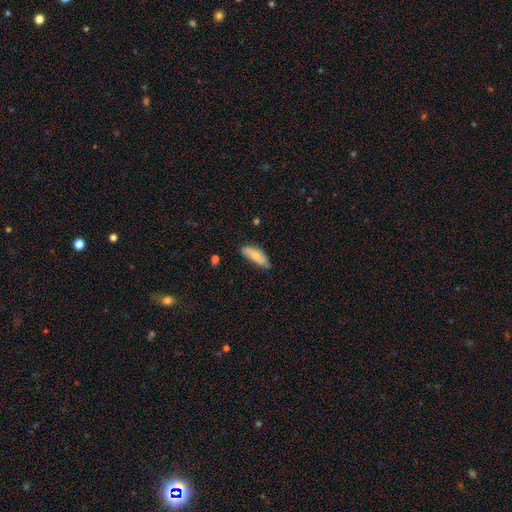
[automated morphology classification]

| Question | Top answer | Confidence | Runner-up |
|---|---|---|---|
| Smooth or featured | smooth | 69% | featured or disk (25%) |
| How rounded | in between | 67% | cigar-shaped (31%) |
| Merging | none | 66% | minor disturbance (27%) |